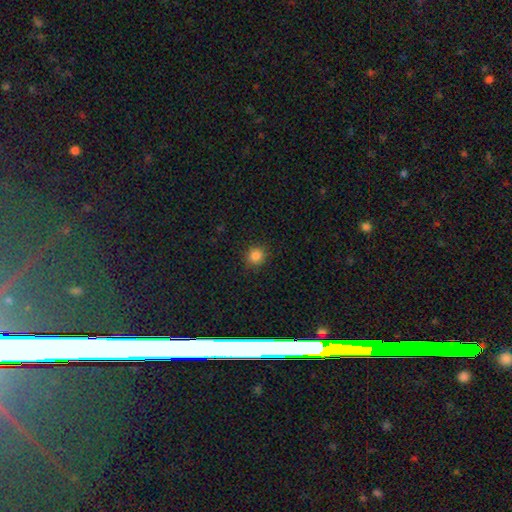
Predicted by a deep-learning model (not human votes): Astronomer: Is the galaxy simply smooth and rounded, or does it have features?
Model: smooth — 84%.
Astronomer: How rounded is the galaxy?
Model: round — 92%.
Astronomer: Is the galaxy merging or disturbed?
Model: none — 91%.